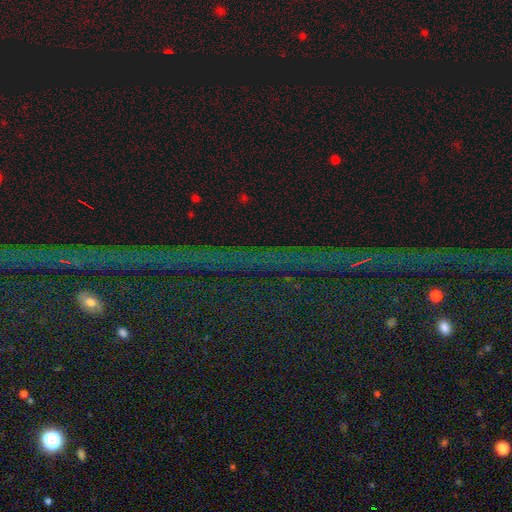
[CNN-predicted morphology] A star or artifact, not a galaxy (87%).